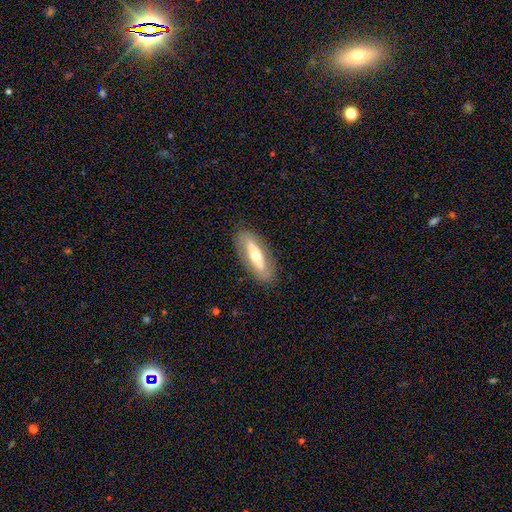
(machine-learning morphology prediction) Overall: featured or disk (47%, tied with smooth). Merging: none (83%).